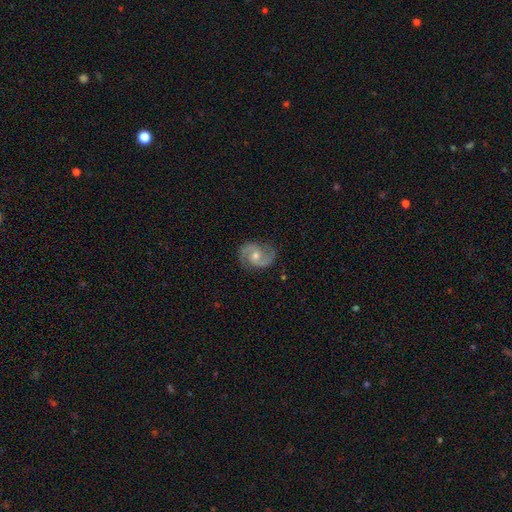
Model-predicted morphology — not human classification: Smooth or featured? featured or disk (86%)
Edge-on disk? no (98%)
Bar? no (57%)
Spiral arms? yes (97%)
Spiral winding? medium (56%)
Spiral arm count? 2 (92%)
Bulge size? moderate (61%)
Merging? none (82%)